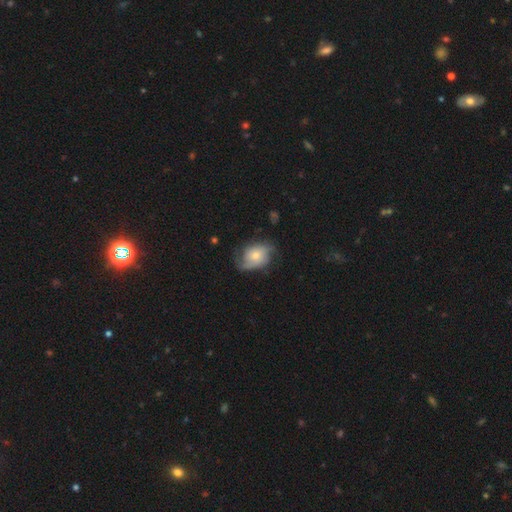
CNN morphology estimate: Q: Smooth or featured?
A: featured or disk (57%); runner-up: smooth (36%)
Q: Edge-on disk?
A: no (95%); runner-up: yes (5%)
Q: Bar?
A: no (78%); runner-up: weak (19%)
Q: Spiral arms?
A: yes (83%); runner-up: no (17%)
Q: Bulge size?
A: moderate (47%); runner-up: small (45%)
Q: Merging?
A: none (56%); runner-up: minor disturbance (27%)